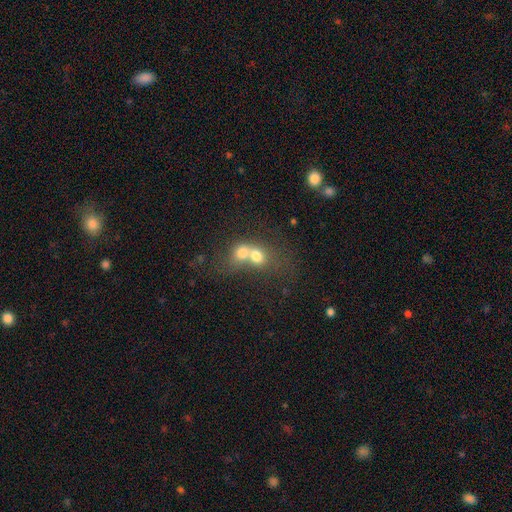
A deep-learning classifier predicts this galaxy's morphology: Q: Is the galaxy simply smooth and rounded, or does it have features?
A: smooth — 69%.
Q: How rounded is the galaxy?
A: round — 63%.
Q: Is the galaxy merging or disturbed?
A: merger — 77%.